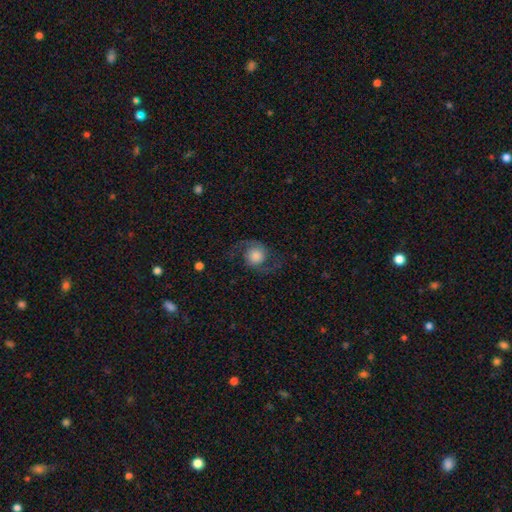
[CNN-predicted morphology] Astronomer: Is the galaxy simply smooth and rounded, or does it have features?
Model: featured or disk — 73%.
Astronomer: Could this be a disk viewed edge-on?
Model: no — 97%.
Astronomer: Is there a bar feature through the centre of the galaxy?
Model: no — 75%.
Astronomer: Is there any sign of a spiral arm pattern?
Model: yes — 95%.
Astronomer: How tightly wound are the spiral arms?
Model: loose — 54% (runner-up: medium, 38%).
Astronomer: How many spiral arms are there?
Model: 2 — 94%.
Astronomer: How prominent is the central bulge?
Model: large — 44% (runner-up: moderate, 24%).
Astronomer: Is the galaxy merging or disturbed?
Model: none — 75%.